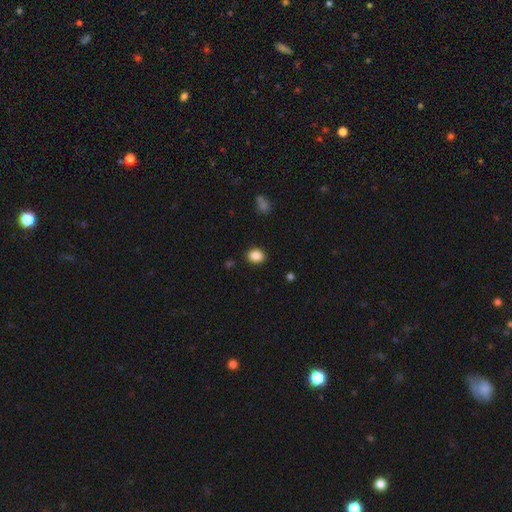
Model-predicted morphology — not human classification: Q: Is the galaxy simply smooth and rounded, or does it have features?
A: smooth — 87%.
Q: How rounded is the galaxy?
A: round — 53%.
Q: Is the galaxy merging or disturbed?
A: none — 89%.